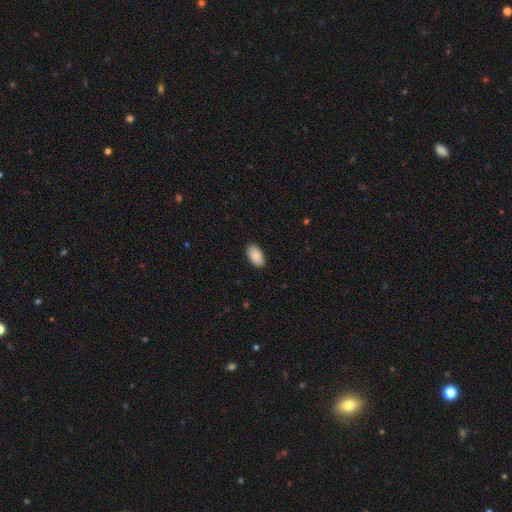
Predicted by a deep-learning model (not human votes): A smooth galaxy with no disk features (89%) that is in between round and cigar-shaped (95%).

Vote fractions:
- Smooth or featured? smooth: 89% / star or artifact: 6% / featured or disk: 5%
- How rounded? in between: 95% / round: 3% / cigar-shaped: 1%
- Merging? none: 90% / minor disturbance: 8% / major disturbance: 2% / merger: 1%